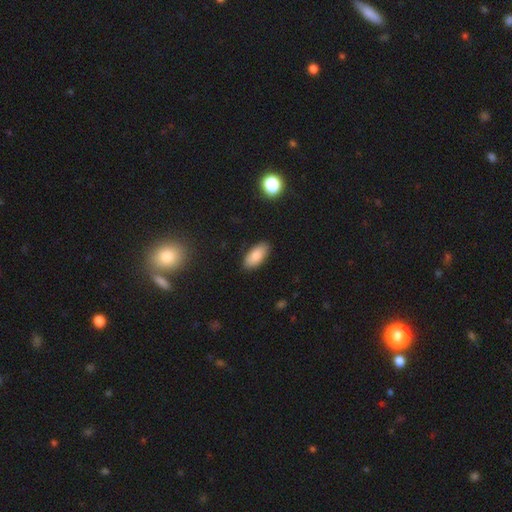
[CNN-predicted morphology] smooth 84%, featured or disk 8%, star or artifact 7%. Down the decision tree: how rounded — in between (91%); merging — none (87%).